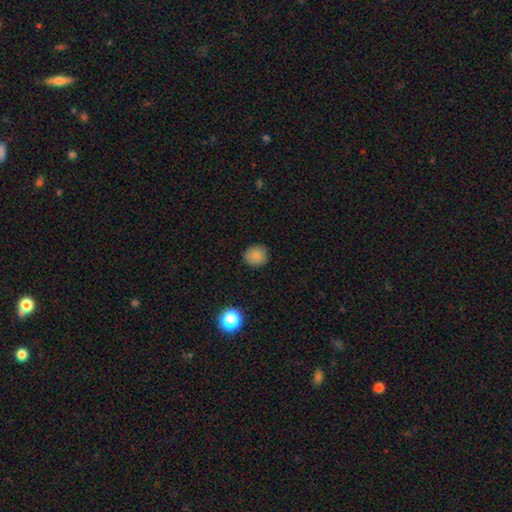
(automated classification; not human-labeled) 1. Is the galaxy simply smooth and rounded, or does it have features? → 82% smooth, 11% star or artifact, 7% featured or disk.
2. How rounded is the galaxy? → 86% round, 13% in between, 1% cigar-shaped.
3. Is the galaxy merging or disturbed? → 88% none, 9% minor disturbance, 2% major disturbance, 1% merger.